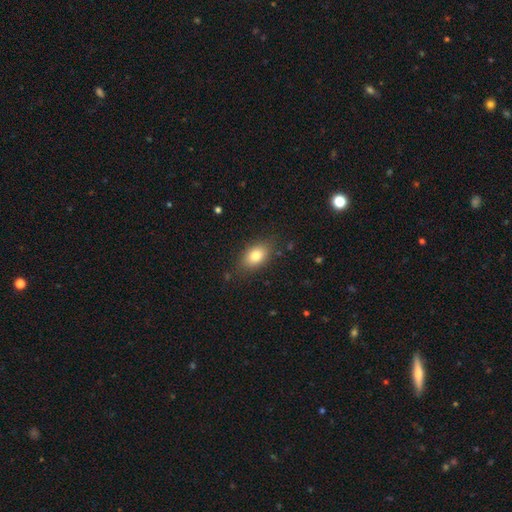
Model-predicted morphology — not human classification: type=smooth (80%); roundness=in between (85%); merging=none (82%).